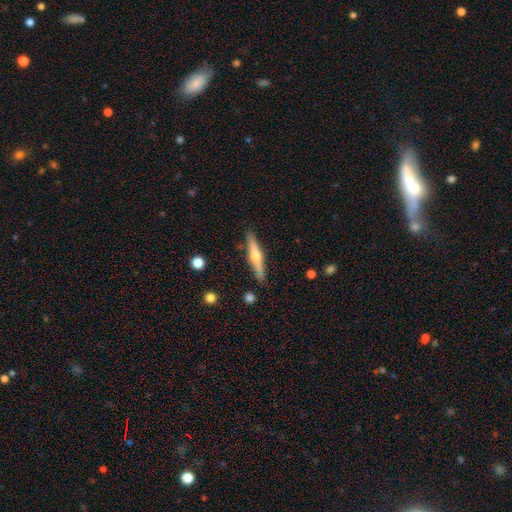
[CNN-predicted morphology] A featured or disk galaxy (60%) viewed edge-on (96%) with a rounded central bulge (87%). Merging: none (86%).